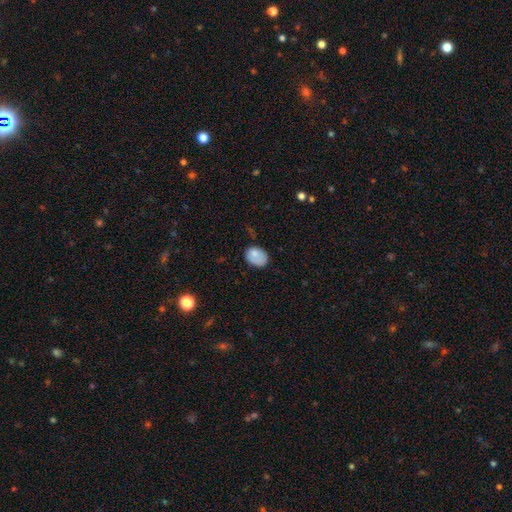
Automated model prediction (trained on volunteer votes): Smooth or featured? Predicted: smooth (p=0.79). How rounded? Predicted: in between (p=0.68). Merging? Predicted: none (p=0.60).